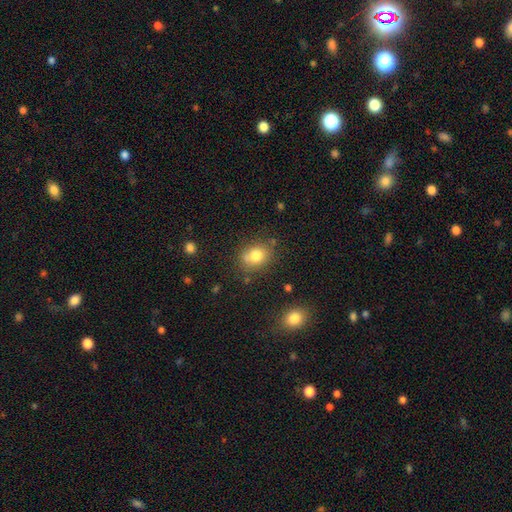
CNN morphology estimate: smooth_or_featured: smooth (p=0.78) [alt: star or artifact p=0.11]
how_rounded: round (p=0.55) [alt: in between p=0.44]
merging: none (p=0.69) [alt: minor disturbance p=0.17]